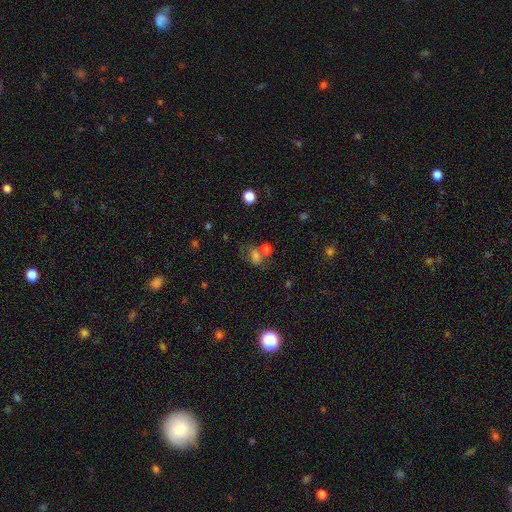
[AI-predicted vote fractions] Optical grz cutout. It shows a smooth galaxy with no disk features (65%) that is in between round and cigar-shaped (68%). Merging: none (41%).